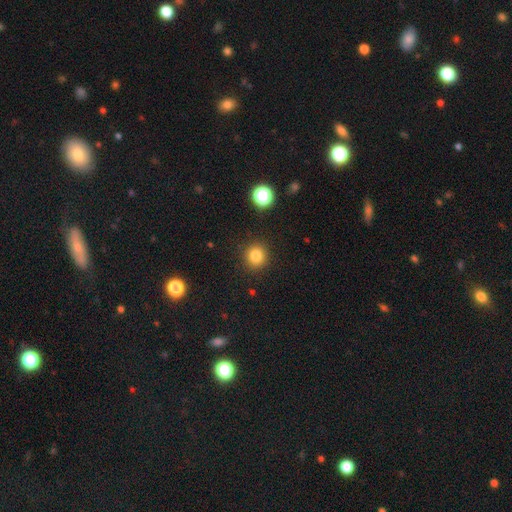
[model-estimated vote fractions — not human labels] A smooth galaxy with no disk features (82%) that is round (91%). Merging: none (91%).